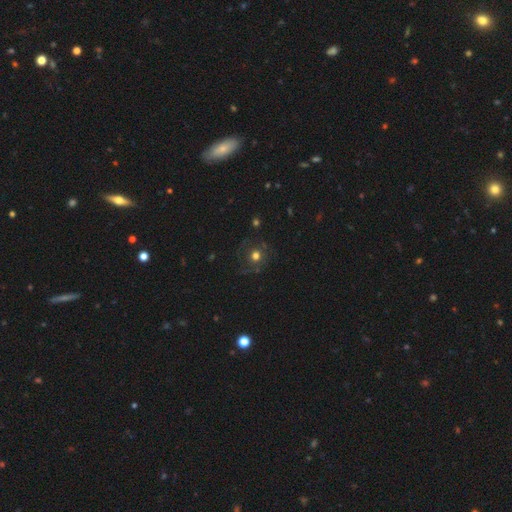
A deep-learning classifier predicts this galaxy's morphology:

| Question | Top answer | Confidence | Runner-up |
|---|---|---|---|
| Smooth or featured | smooth | 50% | featured or disk (28%) |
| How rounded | round | 90% | in between (9%) |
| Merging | none | 74% | minor disturbance (14%) |